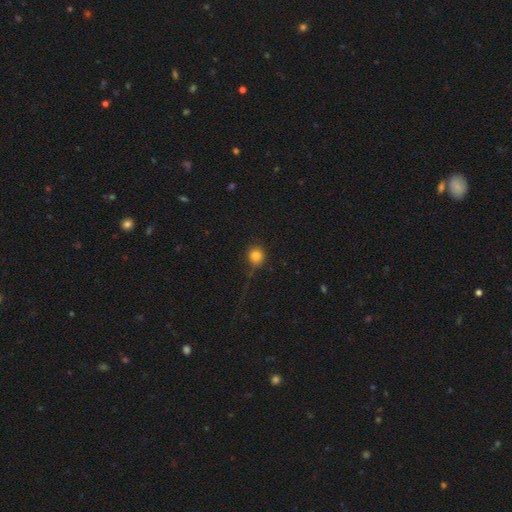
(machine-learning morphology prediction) A smooth galaxy with no disk features (82%) that is round (89%). Merging: none (72%).